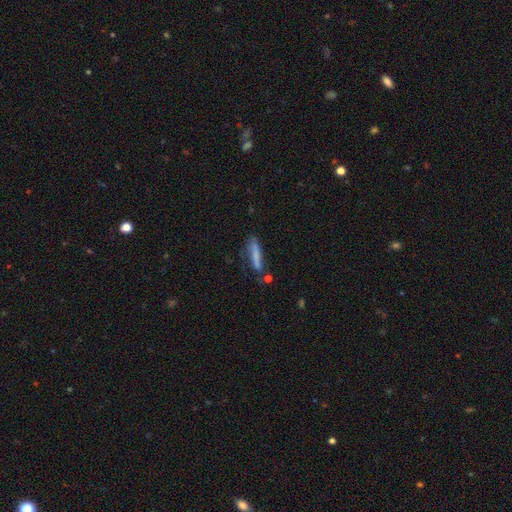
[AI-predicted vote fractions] Smooth or featured? Predicted: smooth (p=0.70). How rounded? Predicted: cigar-shaped (p=0.85). Merging? Predicted: none (p=0.58).